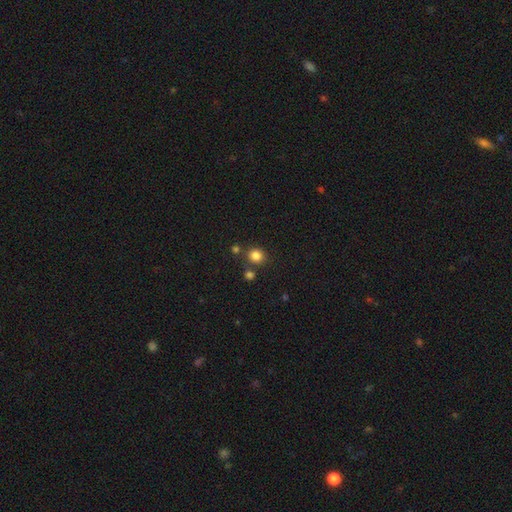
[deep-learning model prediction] The model was most divided on "how rounded": round: 80%, in between: 19%, cigar-shaped: 1%. More confident: smooth or featured — smooth (82%); merging — none (77%).